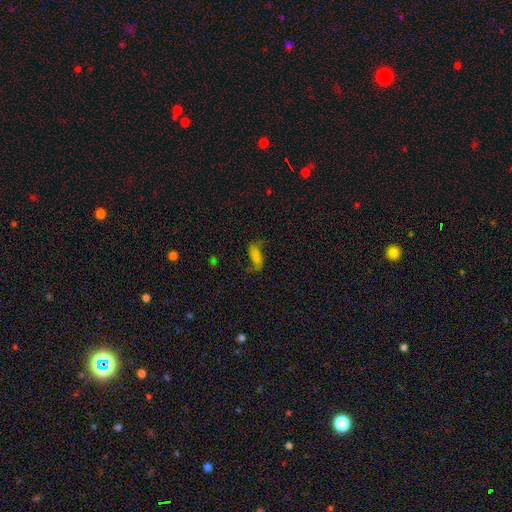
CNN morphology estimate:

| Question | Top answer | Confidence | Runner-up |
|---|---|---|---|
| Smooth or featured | smooth | 58% | featured or disk (29%) |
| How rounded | in between | 68% | cigar-shaped (28%) |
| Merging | none | 57% | minor disturbance (25%) |